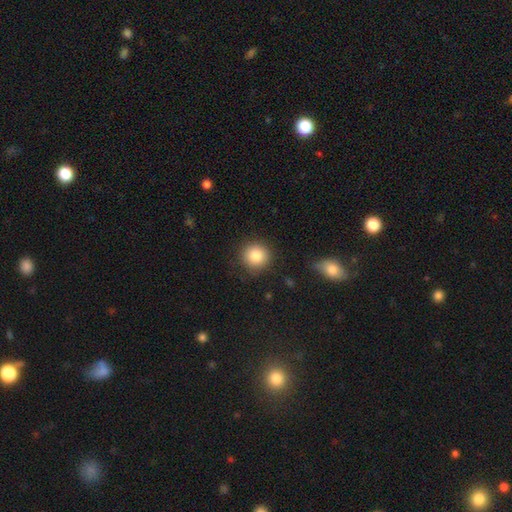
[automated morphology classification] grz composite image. It shows a smooth galaxy with no disk features (83%) that is round (93%). Merging: none (87%).